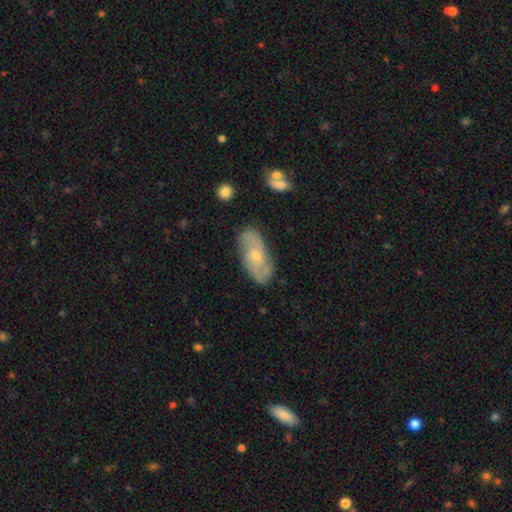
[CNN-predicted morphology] This is likely a featured or disk galaxy (63%). It is clearly not viewed edge-on (91%). Bar: likely no (75%). Spiral arm pattern: clearly yes (81%). Central bulge: likely small (61%). Merging: likely none (76%).